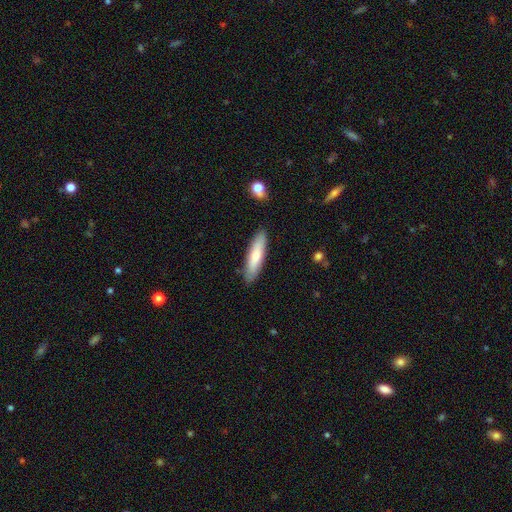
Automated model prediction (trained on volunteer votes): smooth-or-featured: smooth: 69% | featured or disk: 25% | star or artifact: 6%
  how-rounded: cigar-shaped: 71% | in between: 27% | round: 2%
  merging: none: 87% | minor disturbance: 9% | major disturbance: 2% | merger: 2%